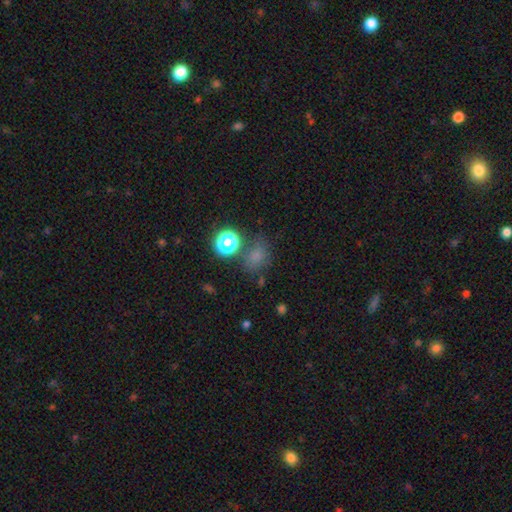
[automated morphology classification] smooth 70%, star or artifact 23%, featured or disk 8%. Down the decision tree: how rounded — round (56%); merging — none (62%).